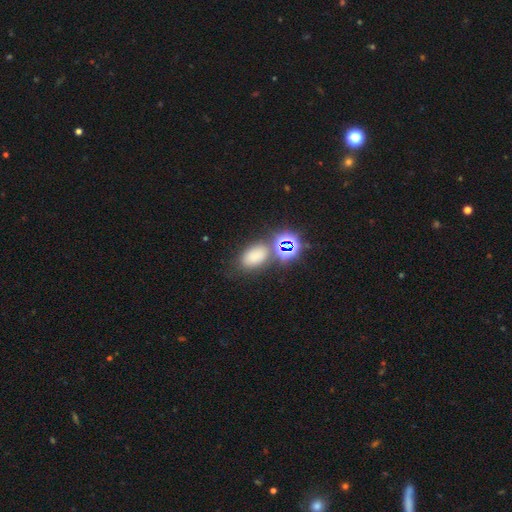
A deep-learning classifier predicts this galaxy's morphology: A smooth galaxy with no disk features (68%) that is in between round and cigar-shaped (80%).

Vote fractions:
- Smooth or featured? smooth: 68% / star or artifact: 25% / featured or disk: 7%
- How rounded? in between: 80% / round: 18% / cigar-shaped: 2%
- Merging? none: 69% / merger: 14% / minor disturbance: 13% / major disturbance: 5%